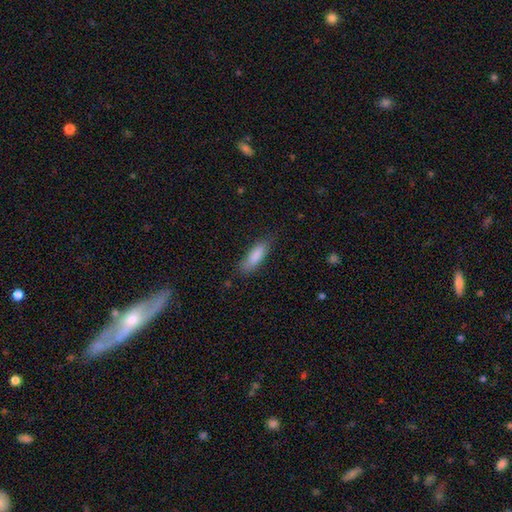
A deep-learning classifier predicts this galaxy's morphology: Q: Smooth or featured?
A: smooth (86%); runner-up: featured or disk (8%)
Q: How rounded?
A: in between (52%); runner-up: cigar-shaped (46%)
Q: Merging?
A: none (79%); runner-up: minor disturbance (16%)